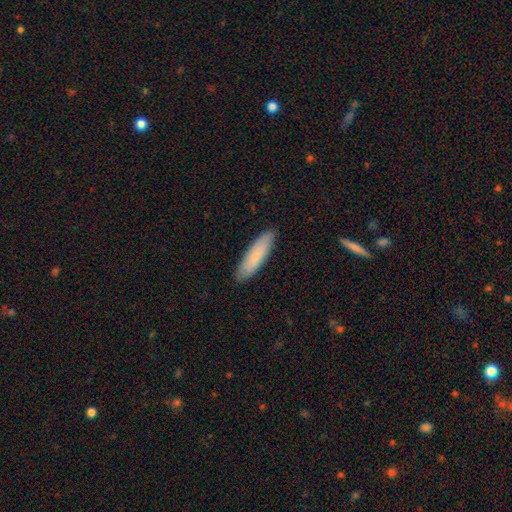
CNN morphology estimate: smooth-or-featured: smooth: 80% | featured or disk: 15% | star or artifact: 6%
  how-rounded: cigar-shaped: 67% | in between: 31% | round: 1%
  merging: none: 89% | minor disturbance: 9% | major disturbance: 2% | merger: 1%